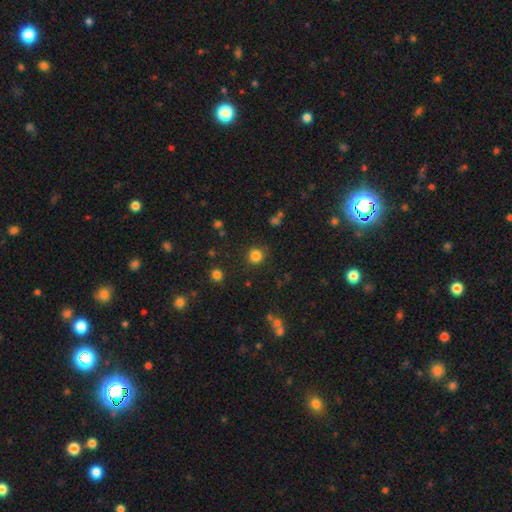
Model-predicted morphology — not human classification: smooth 83%, star or artifact 14%, featured or disk 4%. Down the decision tree: how rounded — round (92%); merging — none (87%).